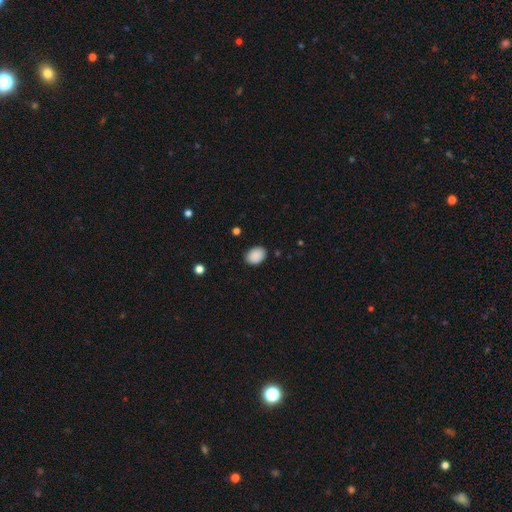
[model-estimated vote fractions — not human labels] Smooth or featured: smooth — 89% (star or artifact — 8%)
How rounded: in between — 74% (round — 25%)
Merging: none — 86% (minor disturbance — 10%)